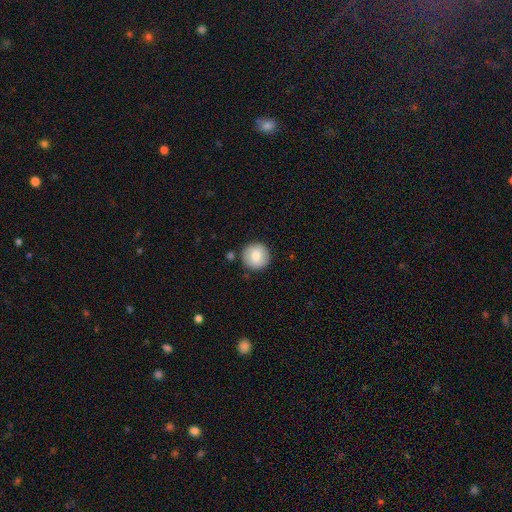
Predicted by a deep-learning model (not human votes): Q: Smooth or featured?
A: smooth (80%); runner-up: featured or disk (13%)
Q: How rounded?
A: round (95%); runner-up: in between (4%)
Q: Merging?
A: none (87%); runner-up: minor disturbance (8%)